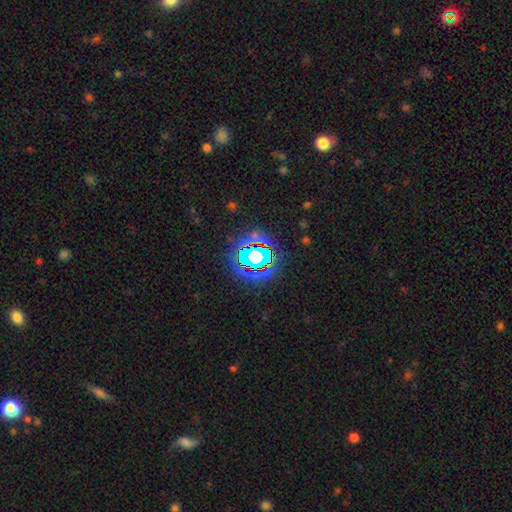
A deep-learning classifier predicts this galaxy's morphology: The model was most divided on "smooth or featured": star or artifact: 77%, smooth: 14%, featured or disk: 9%.